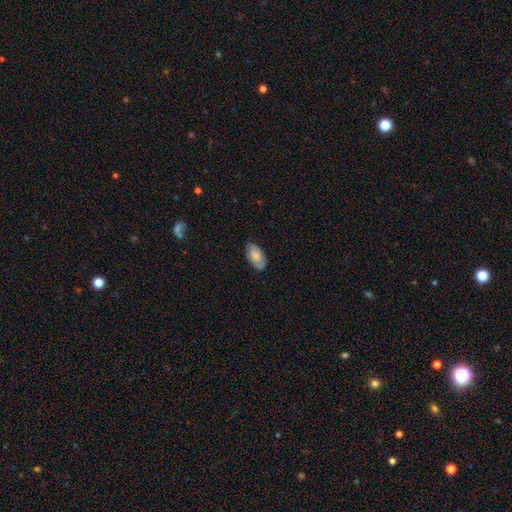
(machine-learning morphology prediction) smooth-or-featured: smooth: 64% | featured or disk: 29% | star or artifact: 7%
  how-rounded: in between: 94% | round: 4% | cigar-shaped: 2%
  merging: none: 77% | minor disturbance: 18% | major disturbance: 4% | merger: 1%